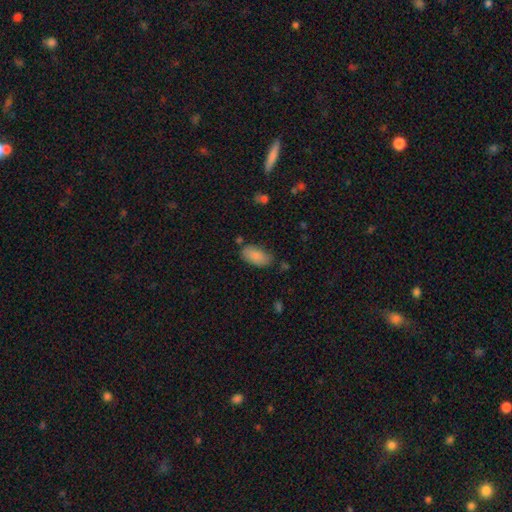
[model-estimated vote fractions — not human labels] A smooth galaxy with no disk features (85%) that is in between round and cigar-shaped (93%). Merging: none (72%).